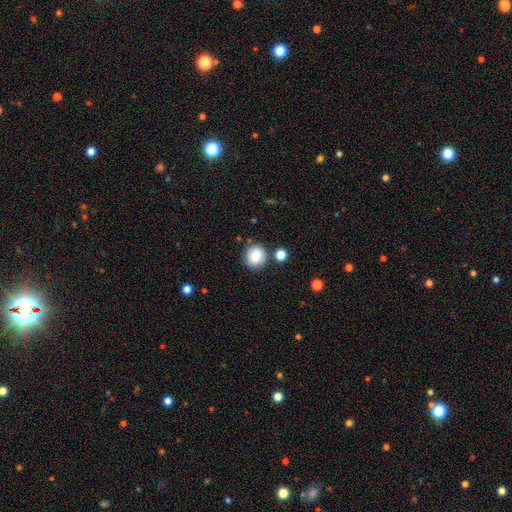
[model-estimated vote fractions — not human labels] This is clearly a smooth galaxy (82%). How rounded: clearly round (88%). Merging: clearly none (81%).